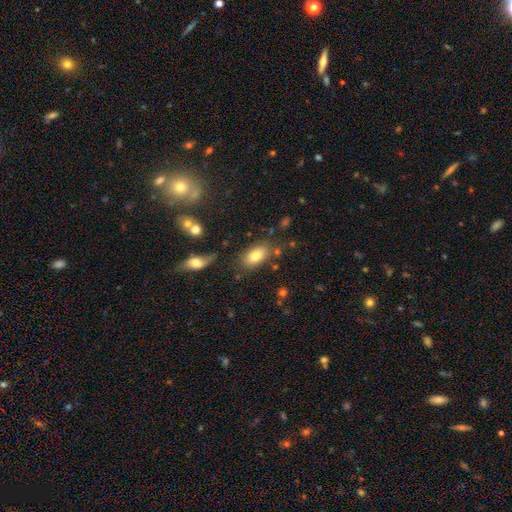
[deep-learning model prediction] smooth 79%, featured or disk 13%, star or artifact 8%. Down the decision tree: how rounded — in between (90%); merging — none (76%).